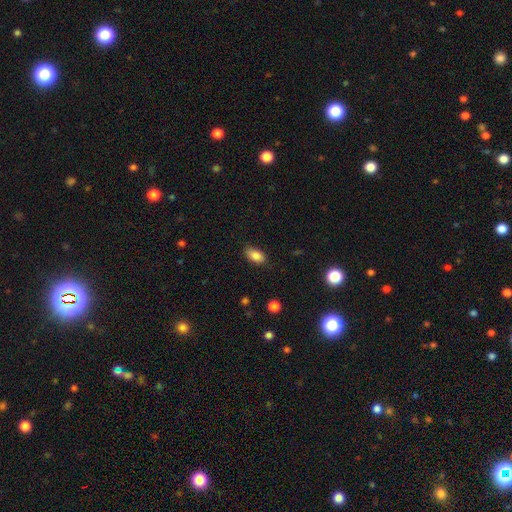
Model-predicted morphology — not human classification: Overall: smooth (86%). How rounded: in between (90%). Merging: none (81%).